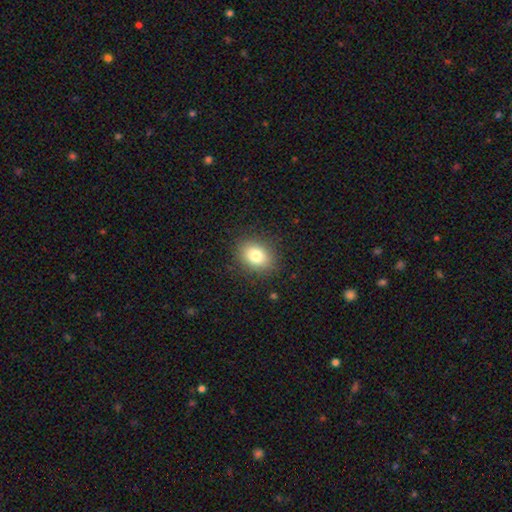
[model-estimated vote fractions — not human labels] Overall: smooth (81%). How rounded: in between (54%; round 44%). Merging: none (87%).